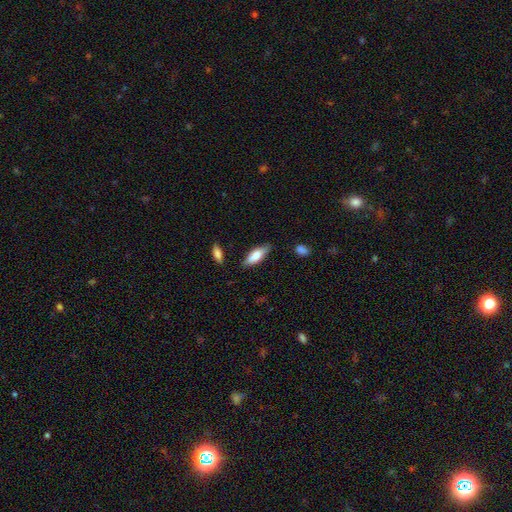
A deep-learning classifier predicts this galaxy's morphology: Smooth or featured?
  - smooth: 74% *
  - featured or disk: 20%
  - star or artifact: 6%
How rounded?
  - in between: 62% *
  - cigar-shaped: 36%
  - round: 2%
Merging?
  - none: 79% *
  - minor disturbance: 16%
  - major disturbance: 3%
  - merger: 2%